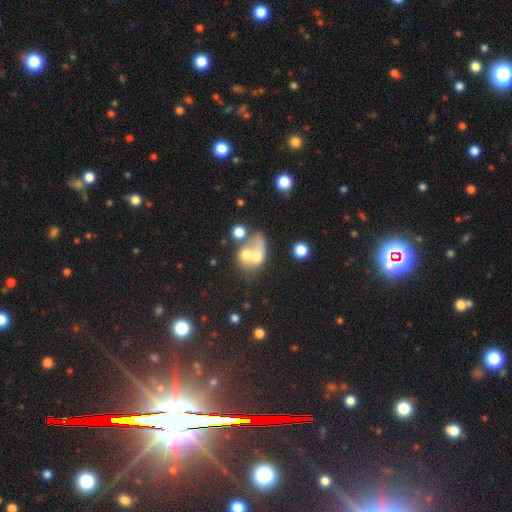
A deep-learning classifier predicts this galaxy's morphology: A smooth galaxy with no disk features (50%) that is in between round and cigar-shaped (59%).

Vote fractions:
- Smooth or featured? smooth: 50% / featured or disk: 36% / star or artifact: 14%
- How rounded? in between: 59% / round: 39% / cigar-shaped: 2%
- Merging? merger: 61% / none: 16% / major disturbance: 15% / minor disturbance: 8%